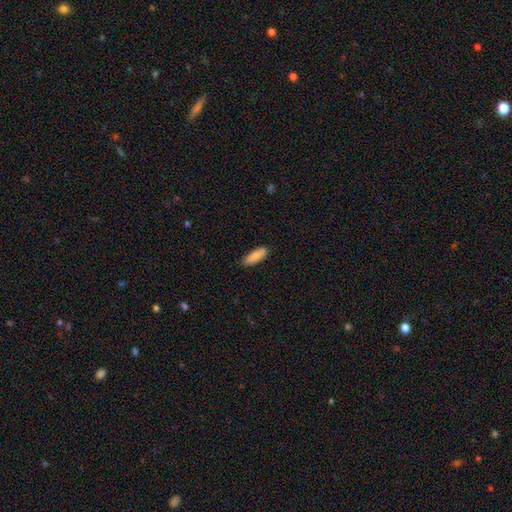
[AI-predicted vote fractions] Overall: smooth (84%). How rounded: in between (54%; cigar-shaped 44%). Merging: none (87%).